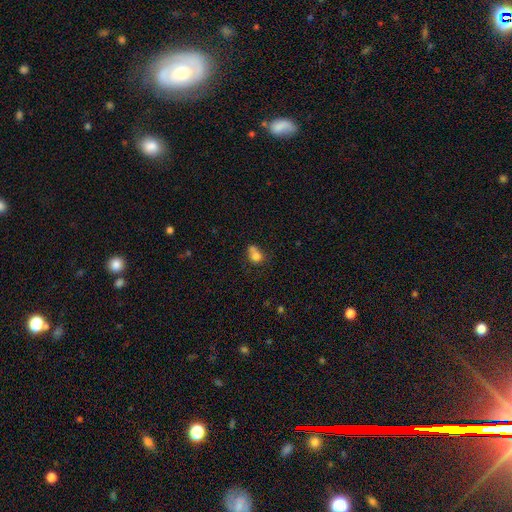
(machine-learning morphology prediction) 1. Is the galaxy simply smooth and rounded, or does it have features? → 76% smooth, 13% featured or disk, 11% star or artifact.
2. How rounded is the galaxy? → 64% round, 35% in between, 1% cigar-shaped.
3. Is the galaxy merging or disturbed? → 43% merger, 35% none, 15% minor disturbance, 7% major disturbance.